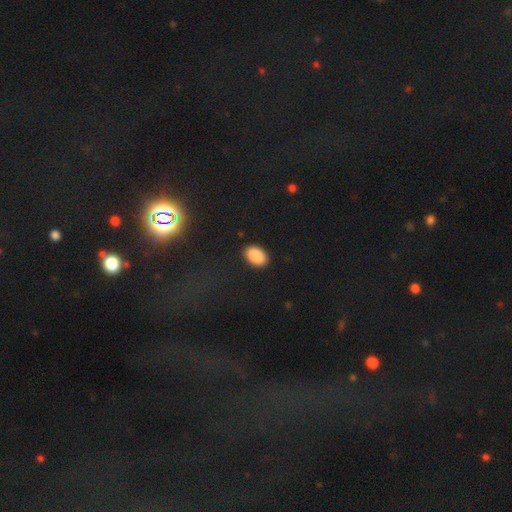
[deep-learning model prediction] Smooth or featured? smooth (90%)
How rounded? in between (93%)
Merging? none (90%)